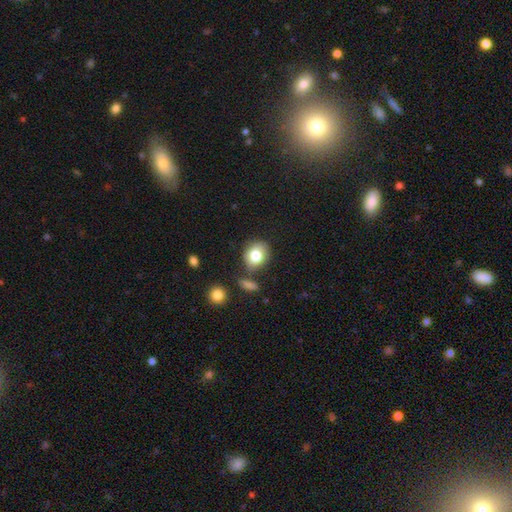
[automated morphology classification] Overall: smooth (80%). How rounded: round (58%; in between 41%). Merging: none (69%).